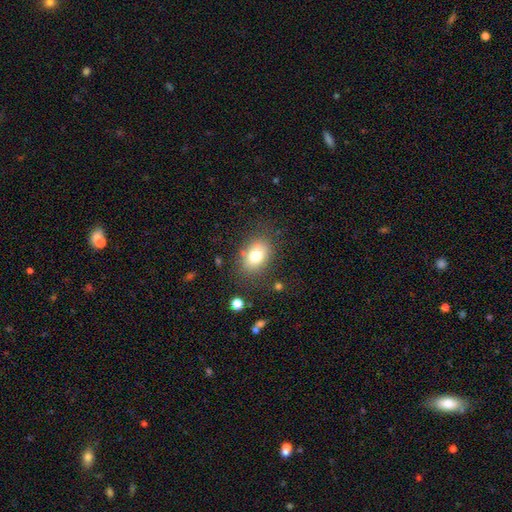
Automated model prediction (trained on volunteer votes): Smooth or featured? smooth (78%)
How rounded? in between (77%)
Merging? none (78%)